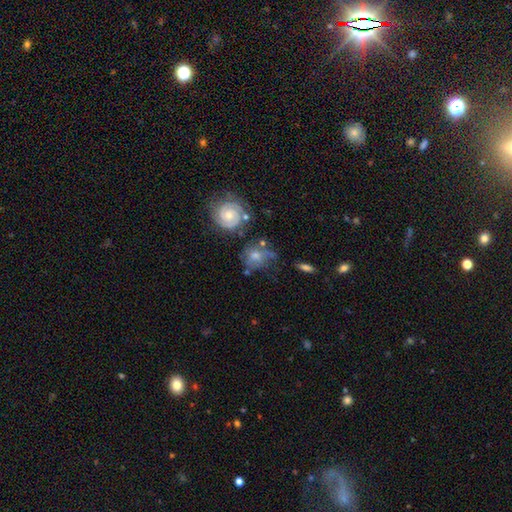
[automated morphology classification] Smooth or featured?
  - featured or disk: 56% *
  - smooth: 31%
  - star or artifact: 14%
Edge-on disk?
  - no: 95% *
  - yes: 5%
Bar?
  - no: 73% *
  - weak: 22%
  - strong: 5%
Spiral arms?
  - yes: 82% *
  - no: 18%
Bulge size?
  - moderate: 54% *
  - small: 35%
  - large: 5%
  - none: 4%
  - dominant: 1%
Merging?
  - none: 51% *
  - minor disturbance: 21%
  - major disturbance: 16%
  - merger: 12%